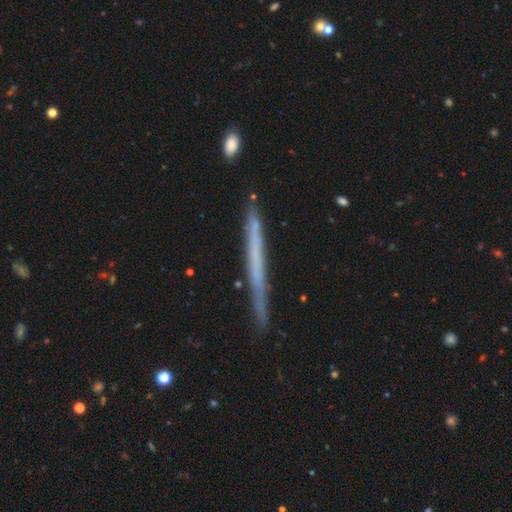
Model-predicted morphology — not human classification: smooth-or-featured: featured or disk: 52% | smooth: 42% | star or artifact: 6%
  disk-edge-on: yes: 96% | no: 4%
    edge-on-bulge: none: 93% | rounded: 4% | boxy: 3%
  merging: none: 87% | minor disturbance: 10% | merger: 2% | major disturbance: 2%